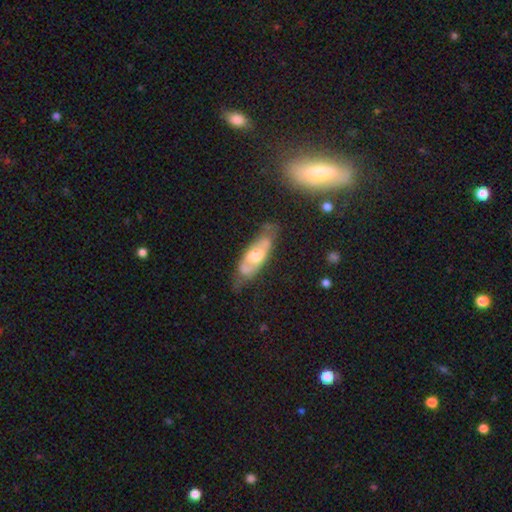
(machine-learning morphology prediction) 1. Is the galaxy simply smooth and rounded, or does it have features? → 58% featured or disk, 36% smooth, 6% star or artifact.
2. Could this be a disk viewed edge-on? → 72% no, 28% yes.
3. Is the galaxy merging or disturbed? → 55% none, 28% minor disturbance, 13% major disturbance, 4% merger.